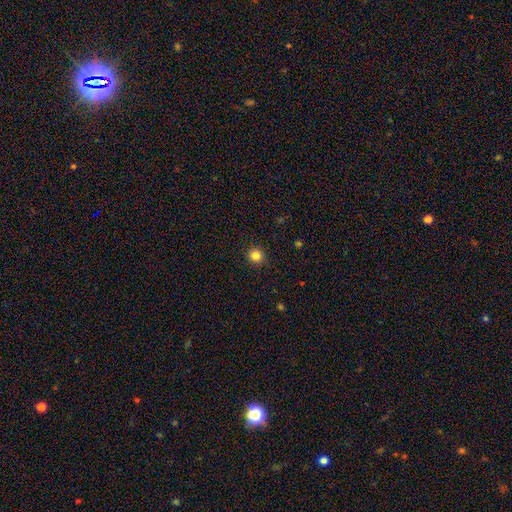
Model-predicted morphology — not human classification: Overall: smooth (84%). How rounded: round (92%). Merging: none (92%).